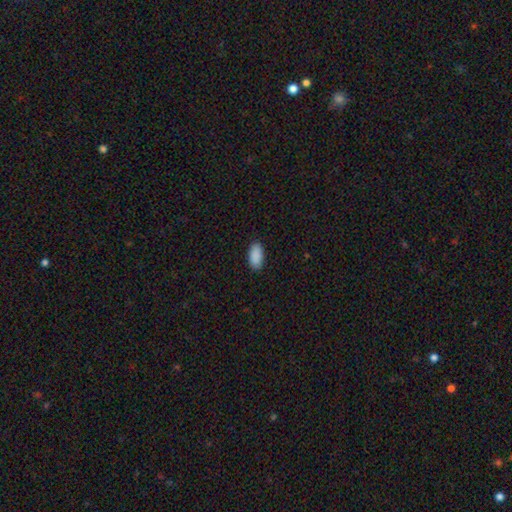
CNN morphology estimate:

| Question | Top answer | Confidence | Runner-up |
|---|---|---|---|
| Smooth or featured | smooth | 91% | star or artifact (7%) |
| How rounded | in between | 94% | cigar-shaped (4%) |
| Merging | none | 88% | minor disturbance (9%) |